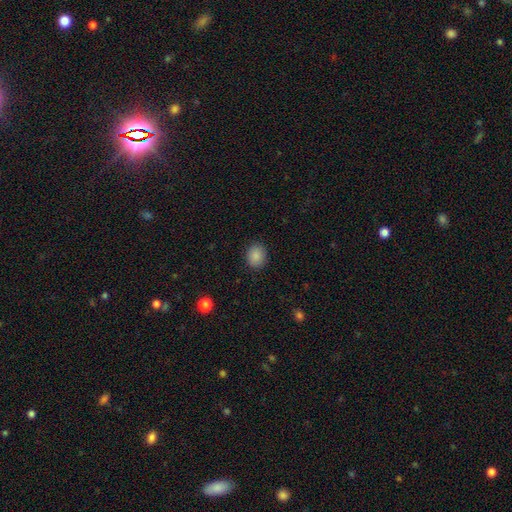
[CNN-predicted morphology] smooth-or-featured: smooth: 88% | star or artifact: 9% | featured or disk: 3%
  how-rounded: round: 61% | in between: 38% | cigar-shaped: 1%
  merging: none: 89% | minor disturbance: 8% | major disturbance: 2% | merger: 1%